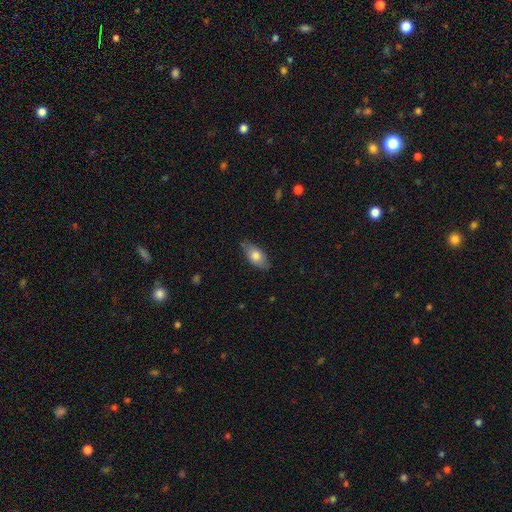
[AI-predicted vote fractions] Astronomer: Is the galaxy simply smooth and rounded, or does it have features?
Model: smooth — 74%.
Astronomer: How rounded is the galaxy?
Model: in between — 89%.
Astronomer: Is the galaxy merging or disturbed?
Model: none — 79%.